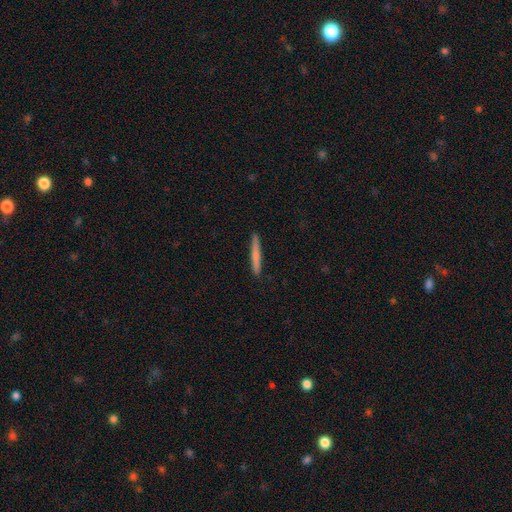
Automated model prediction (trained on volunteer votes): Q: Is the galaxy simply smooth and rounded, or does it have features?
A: smooth — 71%.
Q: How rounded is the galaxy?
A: cigar-shaped — 97%.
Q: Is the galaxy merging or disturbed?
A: none — 92%.